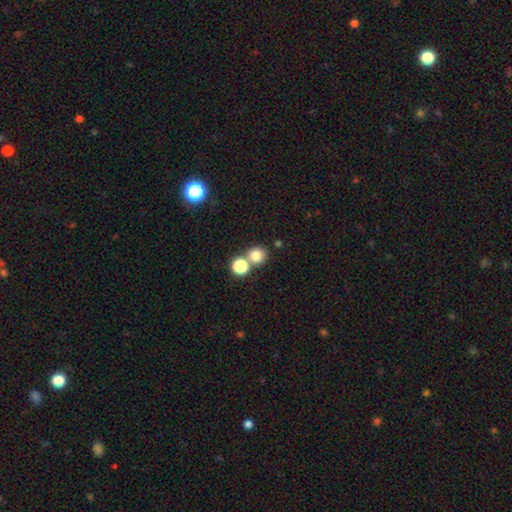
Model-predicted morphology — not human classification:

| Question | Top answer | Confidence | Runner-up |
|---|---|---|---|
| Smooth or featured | smooth | 78% | star or artifact (15%) |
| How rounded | round | 88% | in between (11%) |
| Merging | none | 63% | merger (27%) |